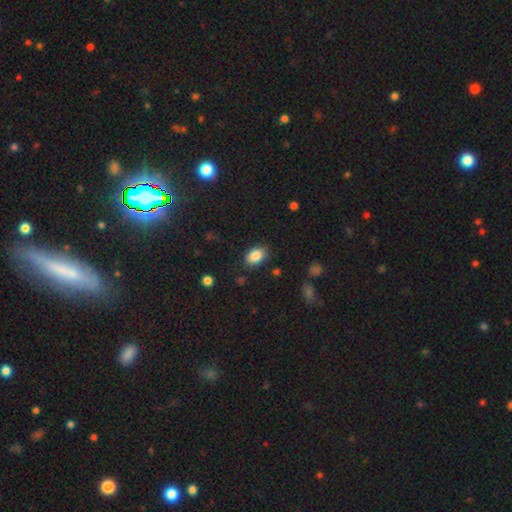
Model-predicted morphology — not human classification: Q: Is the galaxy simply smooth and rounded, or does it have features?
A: smooth — 86%.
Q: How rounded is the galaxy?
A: in between — 81%.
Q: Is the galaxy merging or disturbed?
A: none — 83%.